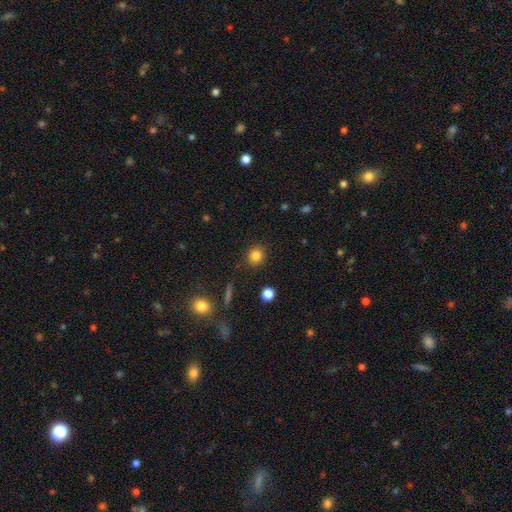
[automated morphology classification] smooth-or-featured: smooth: 84% | star or artifact: 11% | featured or disk: 5%
  how-rounded: round: 84% | in between: 15% | cigar-shaped: 1%
  merging: none: 86% | minor disturbance: 9% | major disturbance: 3% | merger: 2%